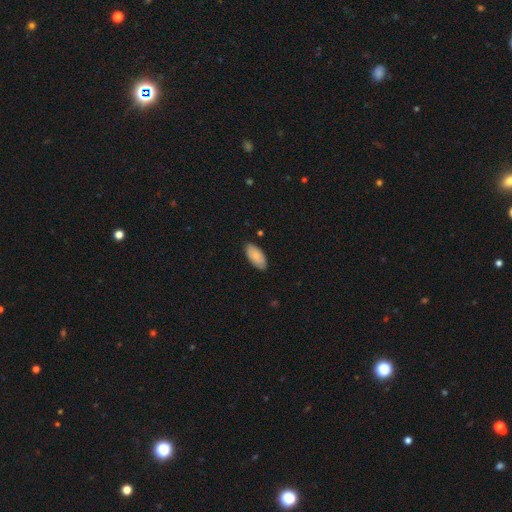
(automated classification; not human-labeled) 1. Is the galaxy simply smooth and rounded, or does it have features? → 78% smooth, 16% featured or disk, 6% star or artifact.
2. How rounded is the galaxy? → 93% in between, 5% cigar-shaped, 2% round.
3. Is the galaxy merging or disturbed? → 85% none, 12% minor disturbance, 2% major disturbance, 1% merger.